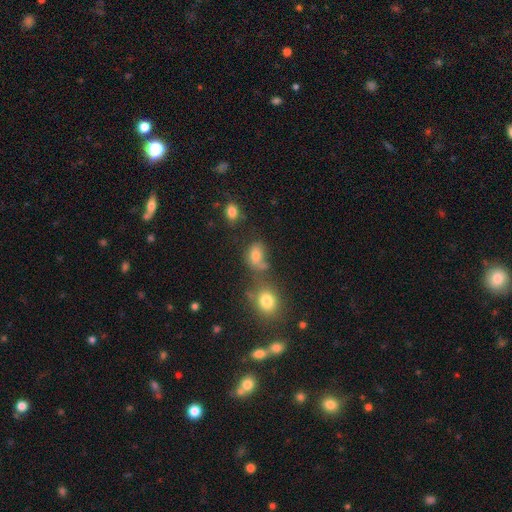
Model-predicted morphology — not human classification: Smooth or featured? smooth (68%)
How rounded? in between (62%)
Merging? none (52%)